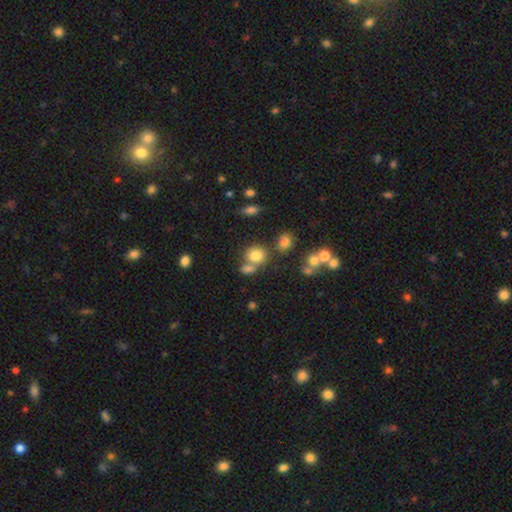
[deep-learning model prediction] Overall: smooth (76%). How rounded: round (69%; in between 30%). Merging: none (52%; merger 31%).